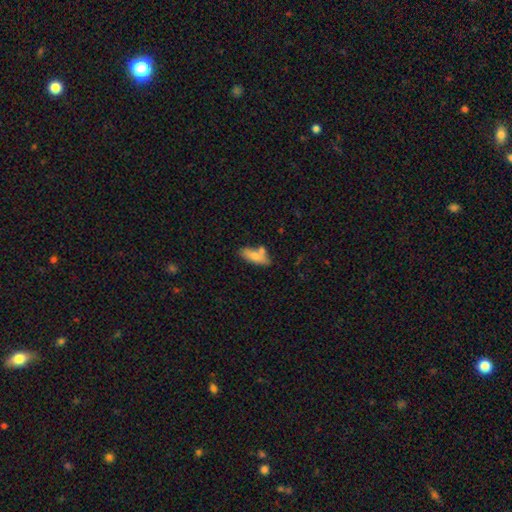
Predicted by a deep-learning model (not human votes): smooth_or_featured: smooth (p=0.77) [alt: featured or disk p=0.16]
how_rounded: in between (p=0.61) [alt: cigar-shaped p=0.37]
merging: none (p=0.57) [alt: merger p=0.21]